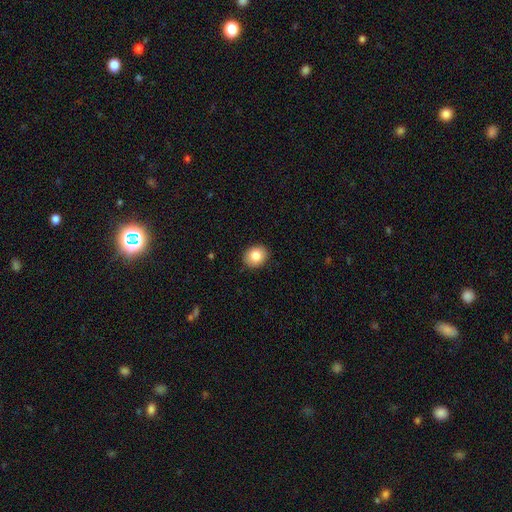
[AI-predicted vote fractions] Smooth or featured? smooth (84%)
How rounded? round (59%)
Merging? none (90%)